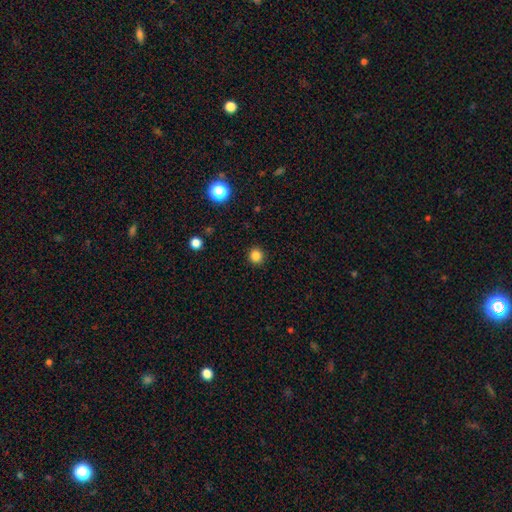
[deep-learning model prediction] smooth-or-featured: smooth: 84% | star or artifact: 13% | featured or disk: 4%
  how-rounded: round: 92% | in between: 7% | cigar-shaped: 1%
  merging: none: 92% | minor disturbance: 5% | major disturbance: 2% | merger: 1%